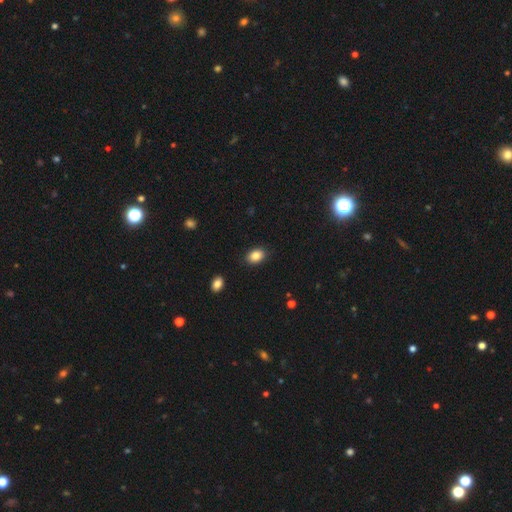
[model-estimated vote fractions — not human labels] Smooth or featured? Predicted: smooth (p=0.86). How rounded? Predicted: in between (p=0.80). Merging? Predicted: none (p=0.87).